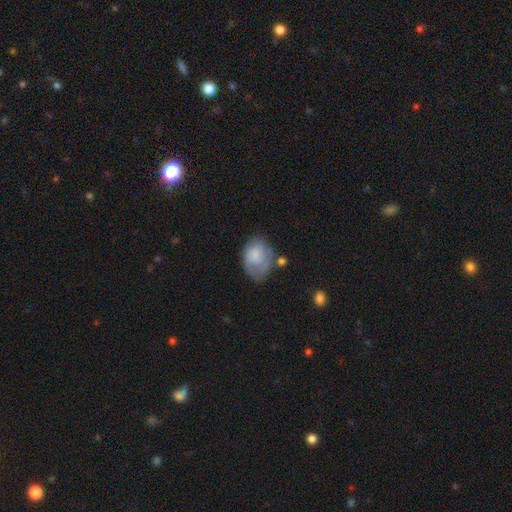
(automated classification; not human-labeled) Smooth or featured? Predicted: smooth (p=0.70). How rounded? Predicted: in between (p=0.73). Merging? Predicted: none (p=0.40).